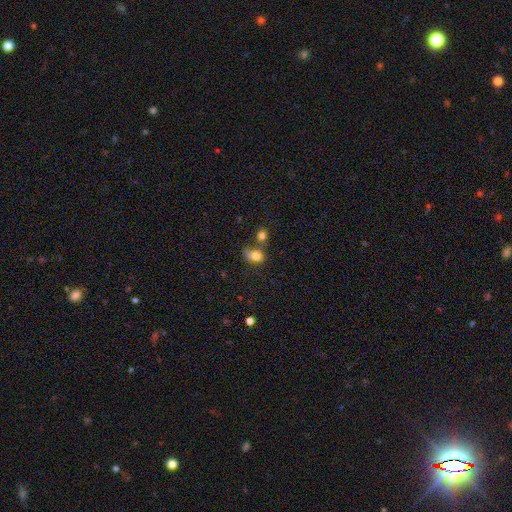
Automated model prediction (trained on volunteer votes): smooth_or_featured: smooth (p=0.78) [alt: featured or disk p=0.11]
how_rounded: in between (p=0.53) [alt: round p=0.46]
merging: none (p=0.40) [alt: merger p=0.25]